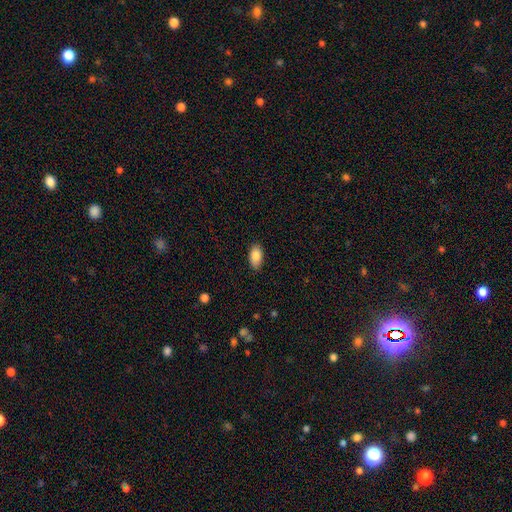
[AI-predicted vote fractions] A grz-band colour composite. It shows a smooth galaxy with no disk features (86%) that is in between round and cigar-shaped (93%). Merging: none (87%).